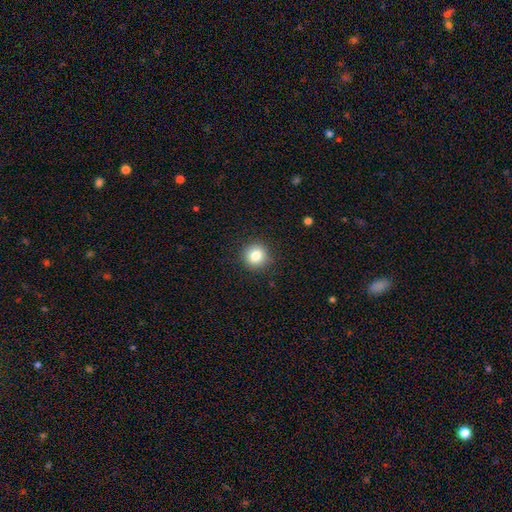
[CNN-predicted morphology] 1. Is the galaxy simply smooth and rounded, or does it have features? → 83% smooth, 10% star or artifact, 7% featured or disk.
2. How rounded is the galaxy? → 92% round, 7% in between, 1% cigar-shaped.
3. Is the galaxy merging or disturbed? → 90% none, 7% minor disturbance, 2% major disturbance, 1% merger.